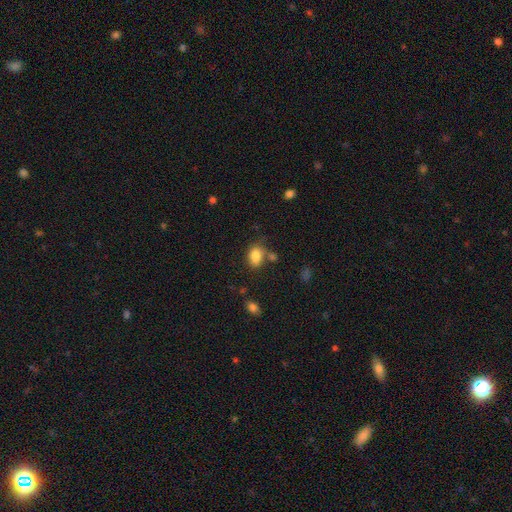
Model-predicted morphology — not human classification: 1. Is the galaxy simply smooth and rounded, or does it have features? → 83% smooth, 9% star or artifact, 8% featured or disk.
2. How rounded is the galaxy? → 80% in between, 19% round, 1% cigar-shaped.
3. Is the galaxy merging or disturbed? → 64% none, 17% minor disturbance, 13% merger, 5% major disturbance.